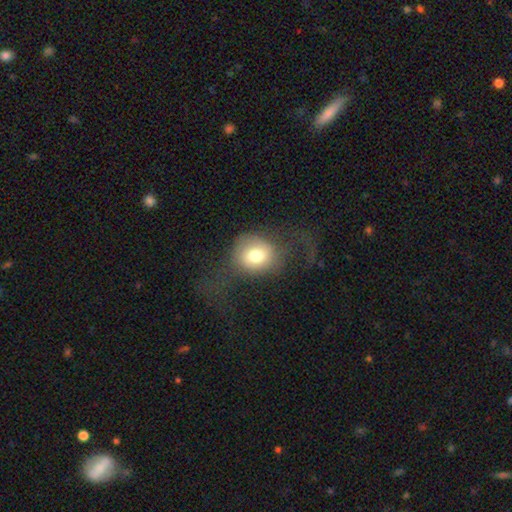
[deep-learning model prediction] Smooth or featured? Predicted: smooth (p=0.72). How rounded? Predicted: round (p=0.68). Merging? Predicted: major disturbance (p=0.42).